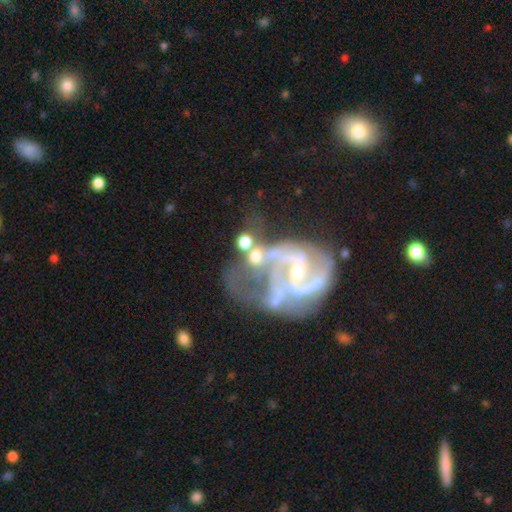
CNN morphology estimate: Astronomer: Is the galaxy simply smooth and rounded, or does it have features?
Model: featured or disk — 61%.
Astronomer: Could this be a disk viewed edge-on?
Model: no — 97%.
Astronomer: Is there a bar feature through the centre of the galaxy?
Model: no — 45% (runner-up: weak, 31%).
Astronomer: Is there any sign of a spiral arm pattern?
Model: yes — 65%.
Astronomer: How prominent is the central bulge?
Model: small — 42% (runner-up: moderate, 32%).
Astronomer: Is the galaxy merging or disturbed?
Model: merger — 36% (runner-up: none, 28%).